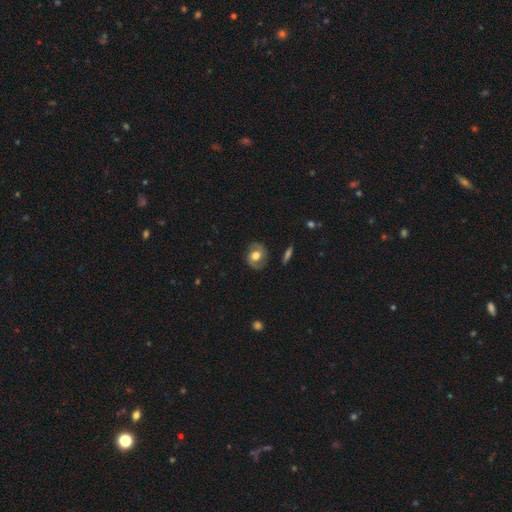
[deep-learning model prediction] Q: Smooth or featured?
A: featured or disk (50%); runner-up: smooth (42%)
Q: Merging?
A: none (78%); runner-up: minor disturbance (15%)